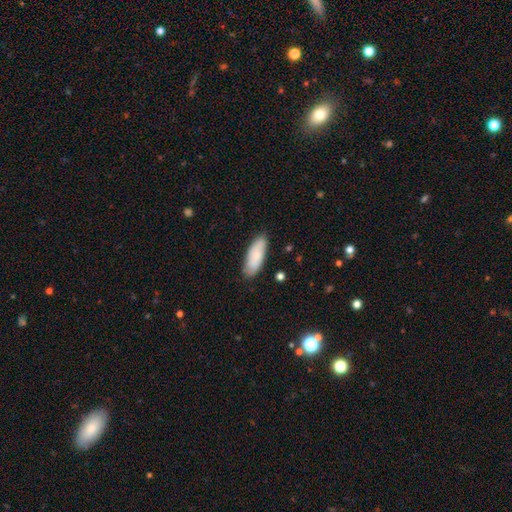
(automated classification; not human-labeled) A smooth galaxy with no disk features (80%) that is in between round and cigar-shaped (72%).

Vote fractions:
- Smooth or featured? smooth: 80% / featured or disk: 14% / star or artifact: 6%
- How rounded? in between: 72% / cigar-shaped: 26% / round: 2%
- Merging? none: 83% / minor disturbance: 14% / major disturbance: 2% / merger: 1%